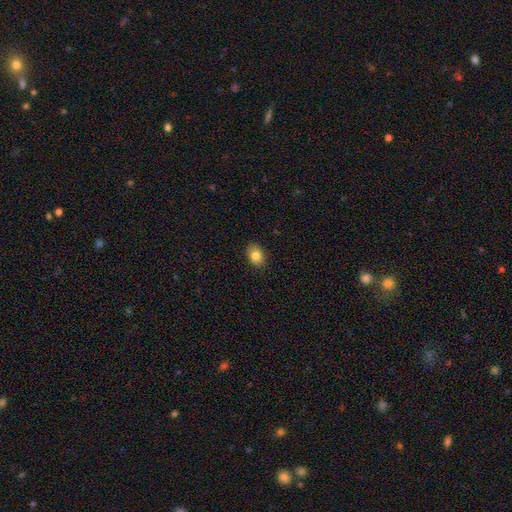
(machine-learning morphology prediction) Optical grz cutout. It shows a smooth galaxy with no disk features (83%) that is in between round and cigar-shaped (73%). Merging: none (87%).